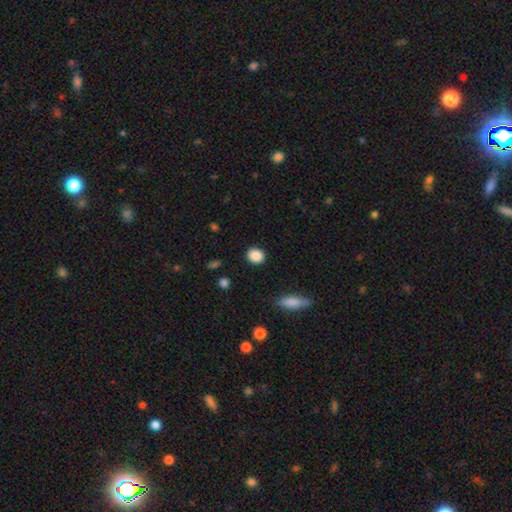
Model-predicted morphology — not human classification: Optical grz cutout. It shows a smooth galaxy with no disk features (88%) that is round (76%). Merging: none (90%).